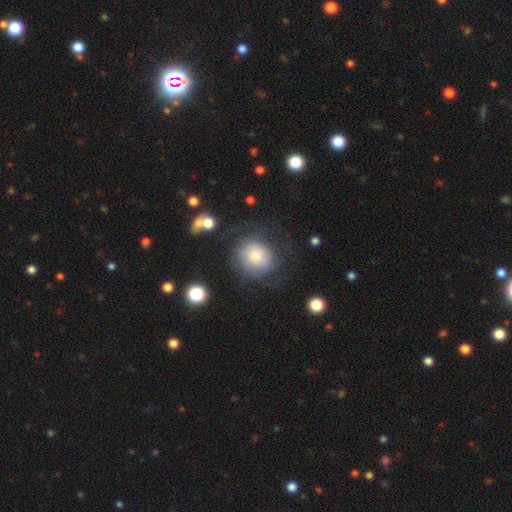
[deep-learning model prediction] Smooth or featured? Predicted: featured or disk (p=0.48). Merging? Predicted: none (p=0.63).